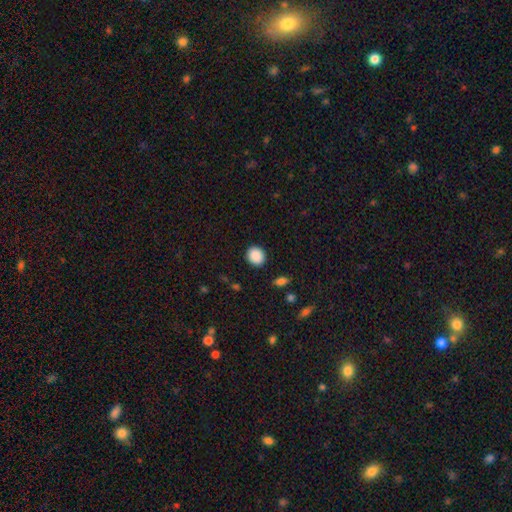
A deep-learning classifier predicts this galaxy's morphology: A smooth galaxy with no disk features (89%) that is round (78%).

Vote fractions:
- Smooth or featured? smooth: 89% / star or artifact: 8% / featured or disk: 3%
- How rounded? round: 78% / in between: 21% / cigar-shaped: 1%
- Merging? none: 90% / minor disturbance: 7% / major disturbance: 2% / merger: 1%